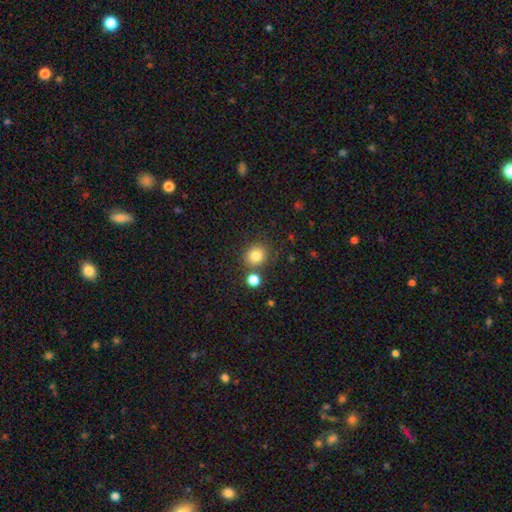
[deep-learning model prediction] smooth-or-featured: smooth: 82% | star or artifact: 12% | featured or disk: 6%
  how-rounded: round: 84% | in between: 15% | cigar-shaped: 1%
  merging: none: 77% | merger: 11% | minor disturbance: 9% | major disturbance: 3%